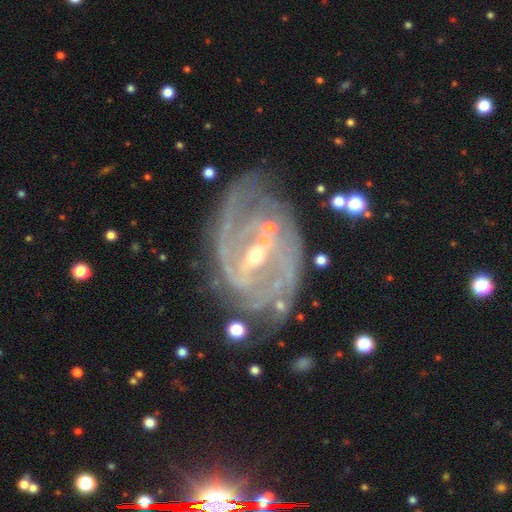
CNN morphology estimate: This appears to be a featured or disk galaxy (90%) with a strong bar (51%), 2 (57%) tight (53%) spiral arms (97%) and a small central bulge (65%). Merging: none (69%).